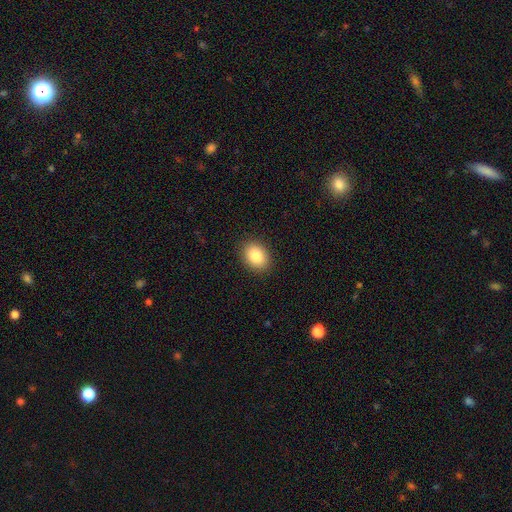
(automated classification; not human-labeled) Smooth or featured: smooth — 86% (star or artifact — 8%)
How rounded: in between — 67% (round — 32%)
Merging: none — 89% (minor disturbance — 8%)